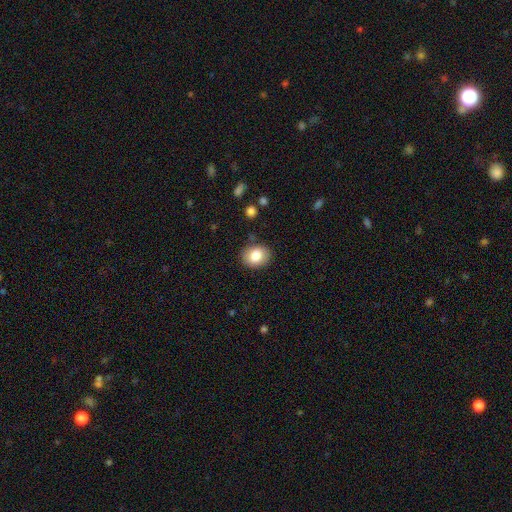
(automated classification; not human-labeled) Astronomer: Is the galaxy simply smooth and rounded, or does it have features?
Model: smooth — 82%.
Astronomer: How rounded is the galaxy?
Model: round — 50% (runner-up: in between, 49%).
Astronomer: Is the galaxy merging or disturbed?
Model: none — 86%.